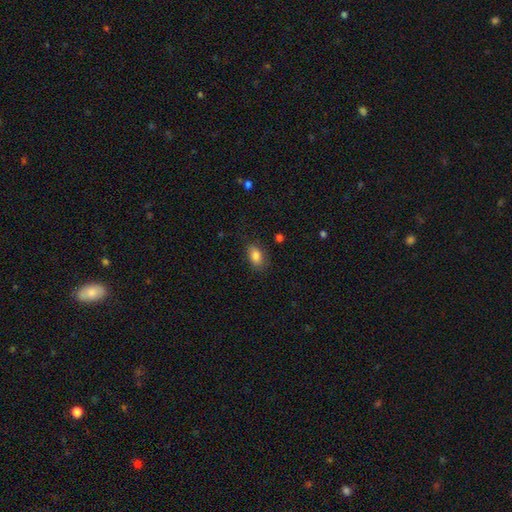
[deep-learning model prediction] Smooth or featured? smooth (85%)
How rounded? in between (89%)
Merging? none (77%)